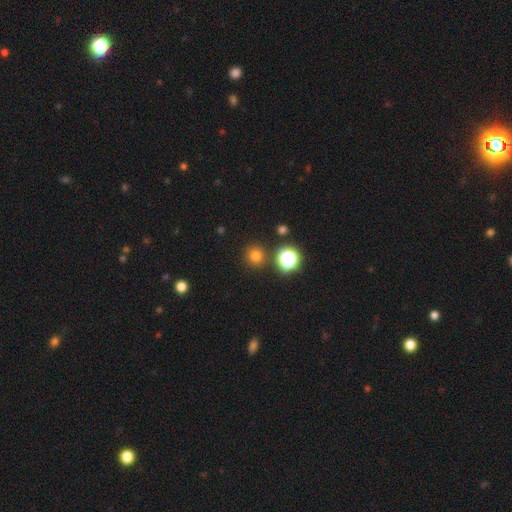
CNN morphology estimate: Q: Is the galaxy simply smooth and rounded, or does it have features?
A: smooth — 74%.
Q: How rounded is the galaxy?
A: round — 92%.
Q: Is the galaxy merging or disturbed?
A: none — 87%.